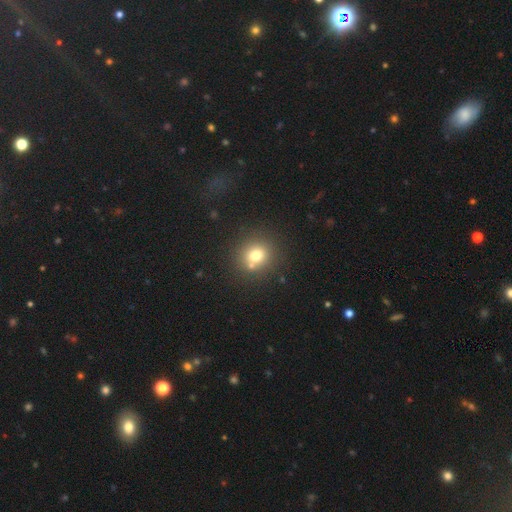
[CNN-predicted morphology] This appears to be a smooth galaxy with no disk features (74%) that is round (86%). Merging: none (71%).